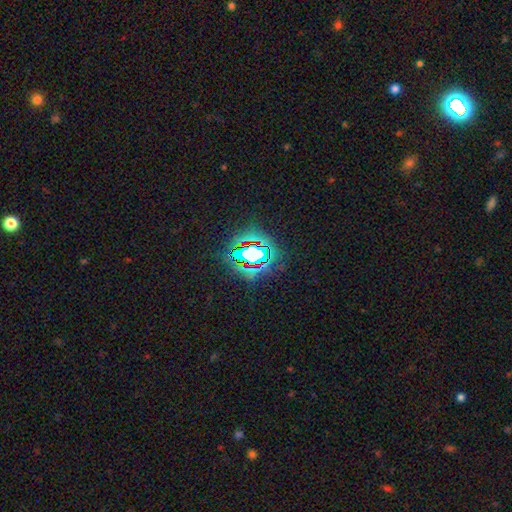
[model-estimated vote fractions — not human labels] Smooth or featured: star or artifact — 80% (smooth — 12%)